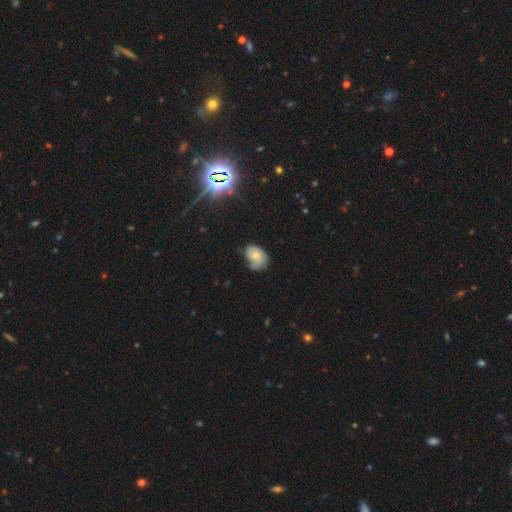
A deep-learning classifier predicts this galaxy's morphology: A smooth galaxy with no disk features (54%) that is in between round and cigar-shaped (68%).

Vote fractions:
- Smooth or featured? smooth: 54% / featured or disk: 36% / star or artifact: 10%
- How rounded? in between: 68% / round: 30% / cigar-shaped: 1%
- Merging? none: 46% / minor disturbance: 38% / major disturbance: 14% / merger: 2%